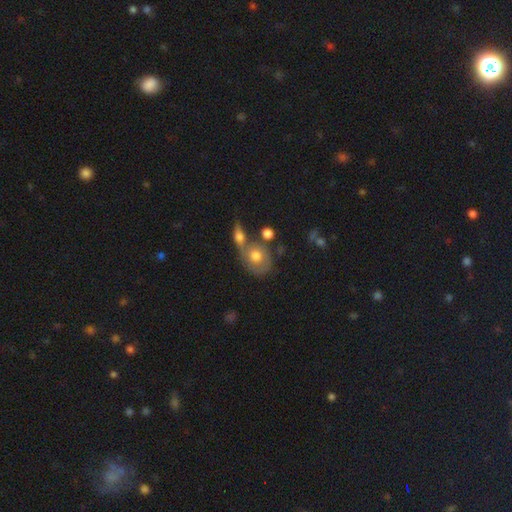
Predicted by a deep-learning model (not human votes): The model was most divided on "merging": none: 41%, merger: 38%, minor disturbance: 14%, major disturbance: 7%. More confident: how rounded — round (62%); smooth or featured — smooth (60%).